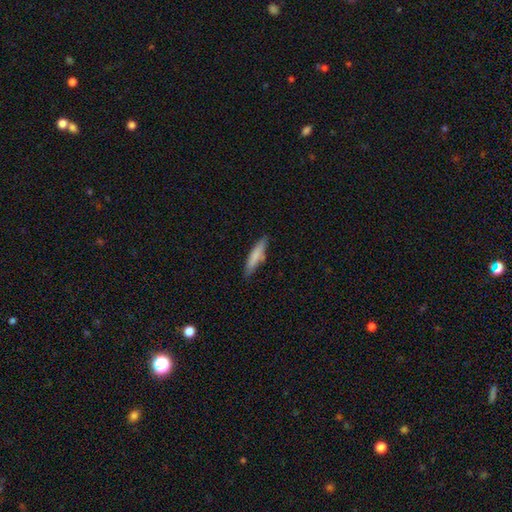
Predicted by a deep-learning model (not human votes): Q: Smooth or featured?
A: smooth (77%); runner-up: featured or disk (17%)
Q: How rounded?
A: cigar-shaped (81%); runner-up: in between (17%)
Q: Merging?
A: none (81%); runner-up: minor disturbance (14%)